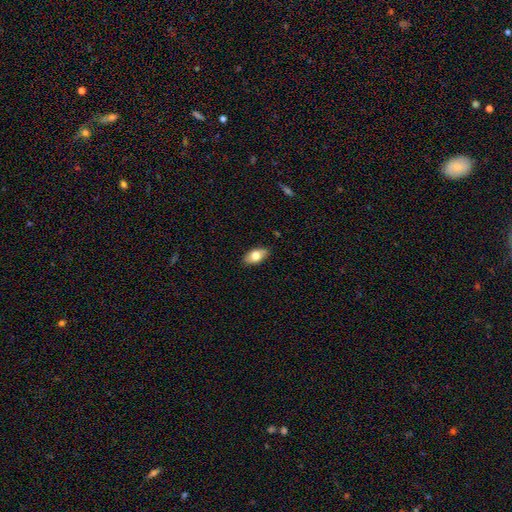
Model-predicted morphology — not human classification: Smooth or featured?
  - smooth: 75% *
  - featured or disk: 18%
  - star or artifact: 7%
How rounded?
  - in between: 91% *
  - cigar-shaped: 5%
  - round: 4%
Merging?
  - none: 87% *
  - minor disturbance: 10%
  - major disturbance: 2%
  - merger: 1%